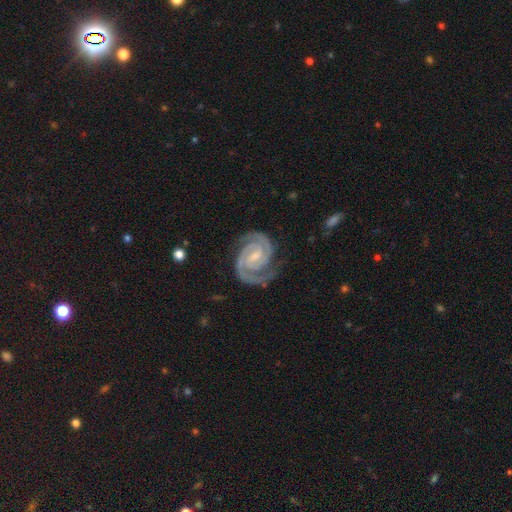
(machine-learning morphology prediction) A featured or disk galaxy (94%) with a weak bar (49%), 2 (91%) tight (72%) spiral arms (99%) and a small central bulge (56%). Merging: none (80%).